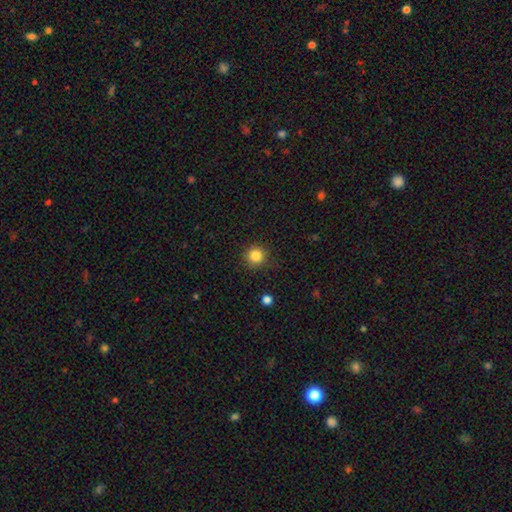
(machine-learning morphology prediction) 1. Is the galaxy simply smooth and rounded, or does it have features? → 84% smooth, 11% star or artifact, 5% featured or disk.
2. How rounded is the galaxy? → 94% round, 5% in between, 1% cigar-shaped.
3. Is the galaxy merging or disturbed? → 88% none, 8% minor disturbance, 3% major disturbance, 1% merger.